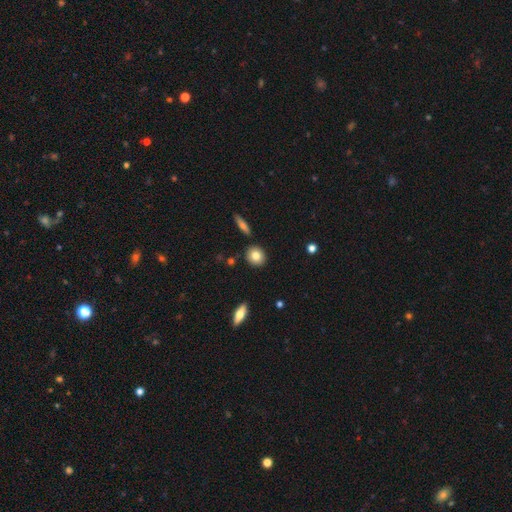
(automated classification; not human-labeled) Smooth or featured? smooth (81%)
How rounded? round (72%)
Merging? none (88%)